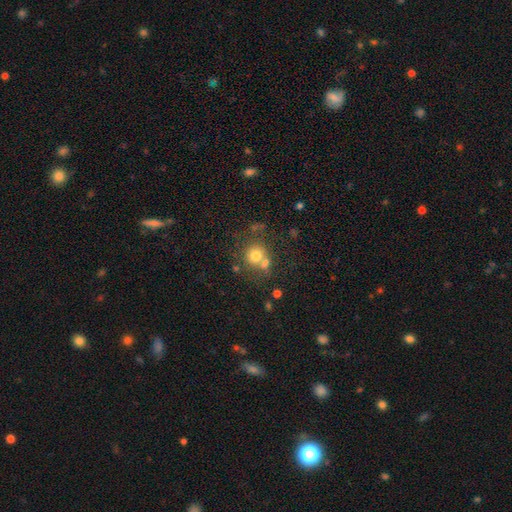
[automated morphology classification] smooth_or_featured: smooth (p=0.73) [alt: featured or disk p=0.14]
how_rounded: round (p=0.86) [alt: in between p=0.13]
merging: none (p=0.51) [alt: merger p=0.34]